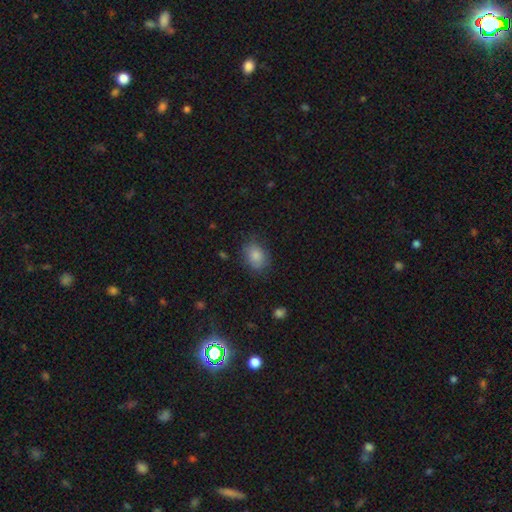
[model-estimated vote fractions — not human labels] A smooth galaxy with no disk features (85%) that is in between round and cigar-shaped (63%). Merging: none (77%).